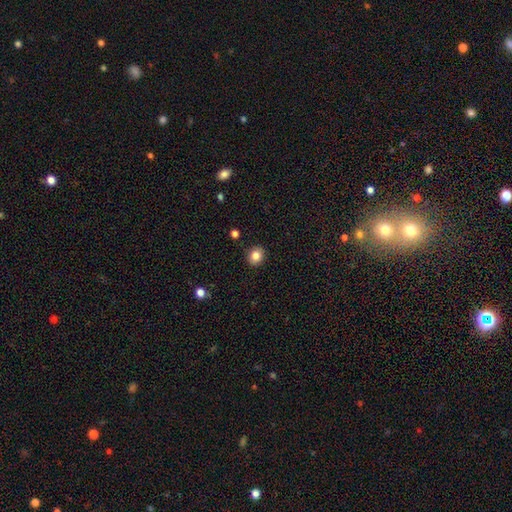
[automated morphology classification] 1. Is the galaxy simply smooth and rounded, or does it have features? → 84% smooth, 10% star or artifact, 6% featured or disk.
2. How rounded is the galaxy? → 70% round, 29% in between, 1% cigar-shaped.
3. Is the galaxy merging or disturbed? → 90% none, 7% minor disturbance, 2% major disturbance, 1% merger.